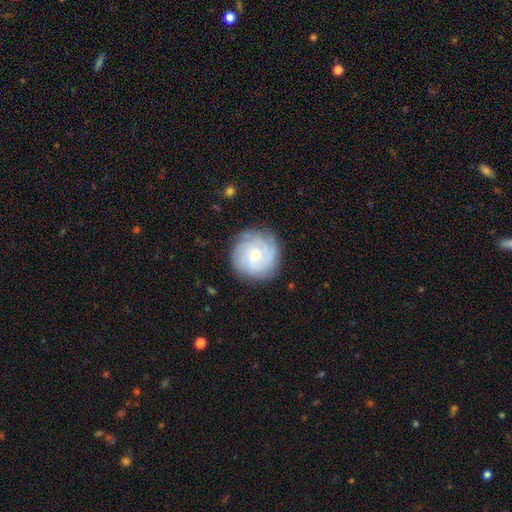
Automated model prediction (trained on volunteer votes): Q: Smooth or featured?
A: featured or disk (62%); runner-up: smooth (30%)
Q: Edge-on disk?
A: no (98%); runner-up: yes (2%)
Q: Bar?
A: no (67%); runner-up: weak (29%)
Q: Spiral arms?
A: yes (91%); runner-up: no (9%)
Q: Spiral winding?
A: tight (68%); runner-up: medium (25%)
Q: Spiral arm count?
A: can't tell (39%); runner-up: 4 (19%)
Q: Bulge size?
A: small (51%); runner-up: moderate (44%)
Q: Merging?
A: none (84%); runner-up: minor disturbance (12%)